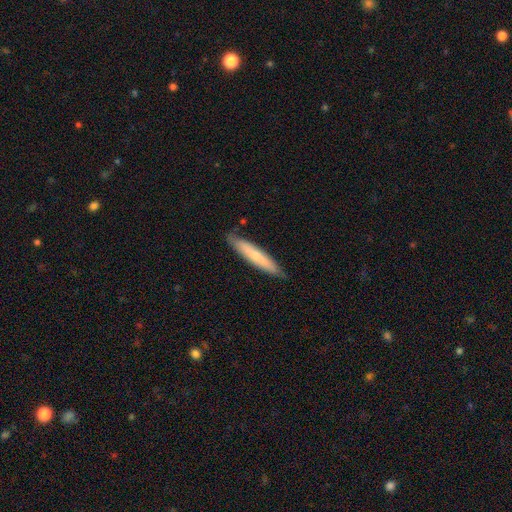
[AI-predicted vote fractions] A smooth galaxy with no disk features (66%) that is cigar-shaped (91%). Merging: none (84%).